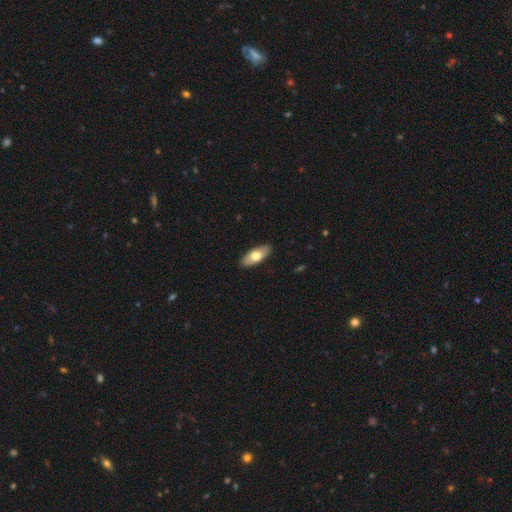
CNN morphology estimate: A smooth galaxy with no disk features (67%) that is in between round and cigar-shaped (84%). Merging: none (90%).